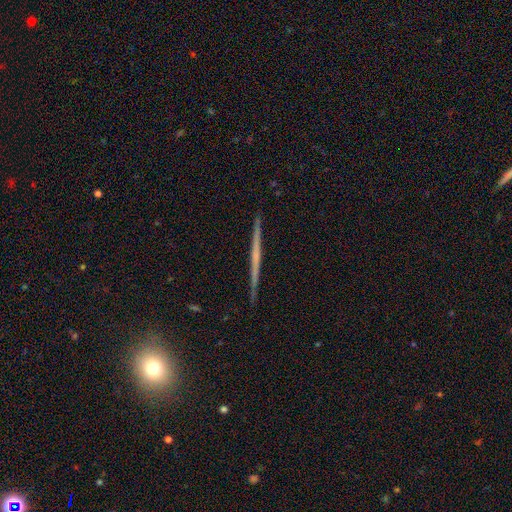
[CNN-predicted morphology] This appears to be a featured or disk galaxy (67%) viewed edge-on (98%) with no central bulge (76%). Merging: none (92%).